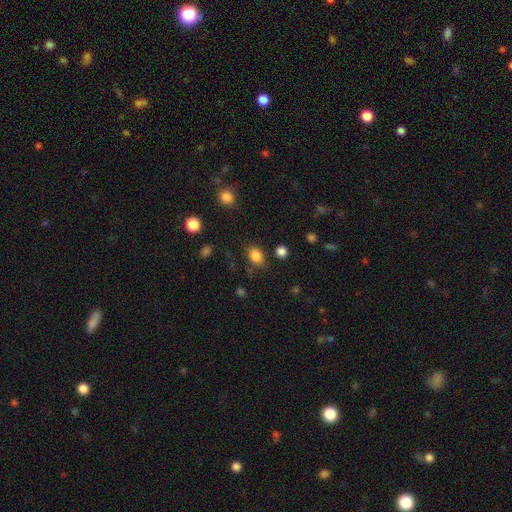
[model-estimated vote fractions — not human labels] Overall: smooth (84%). How rounded: in between (66%; round 33%). Merging: none (76%).